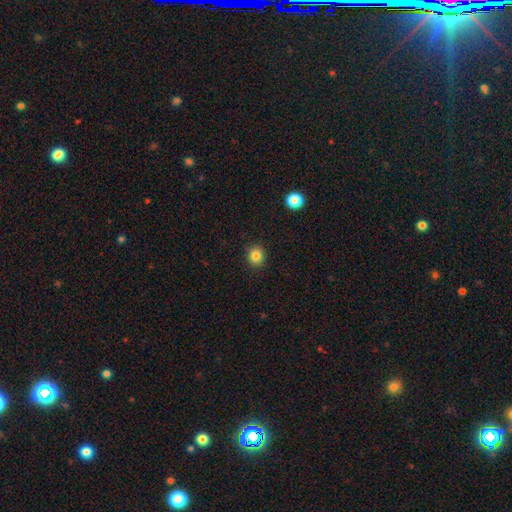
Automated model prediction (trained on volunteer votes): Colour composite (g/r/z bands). It shows a smooth galaxy with no disk features (84%) that is round (83%). Merging: none (91%).